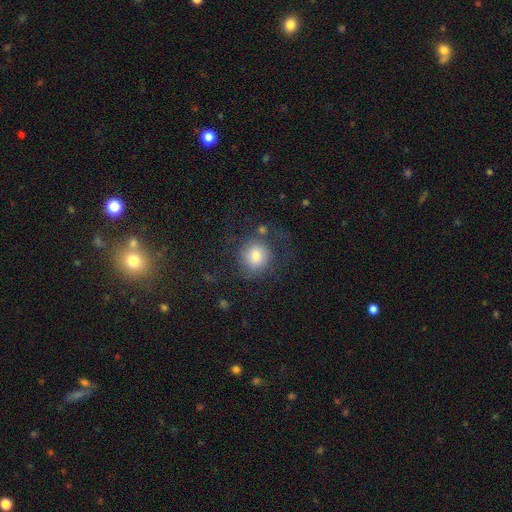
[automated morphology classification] The model was most divided on "merging": none: 60%, major disturbance: 19%, minor disturbance: 17%, merger: 4%. More confident: how rounded — round (84%); smooth or featured — smooth (72%).